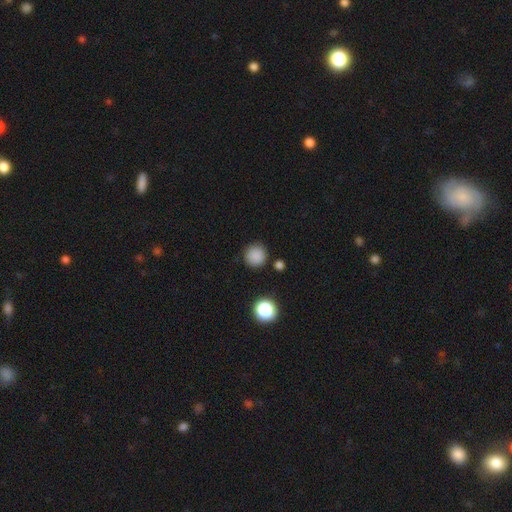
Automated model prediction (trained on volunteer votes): This is clearly a smooth galaxy (85%). How rounded: clearly round (94%). Merging: clearly none (87%).